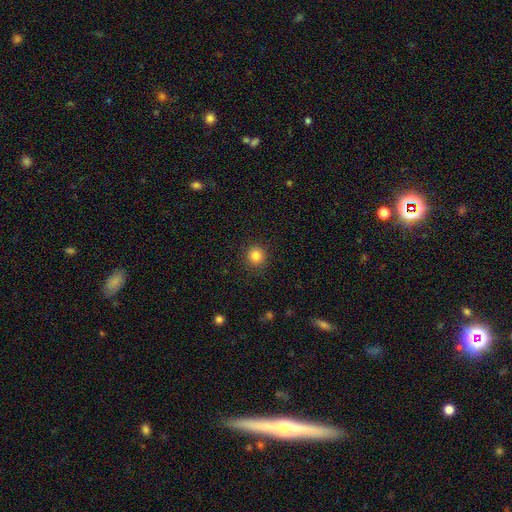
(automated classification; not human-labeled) This is clearly a smooth galaxy (83%). How rounded: clearly round (93%). Merging: clearly none (91%).